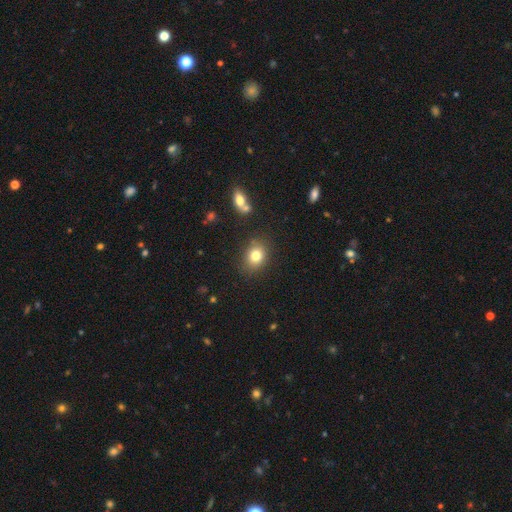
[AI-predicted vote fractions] smooth_or_featured: smooth (p=0.80) [alt: star or artifact p=0.11]
how_rounded: round (p=0.51) [alt: in between p=0.48]
merging: none (p=0.82) [alt: minor disturbance p=0.12]